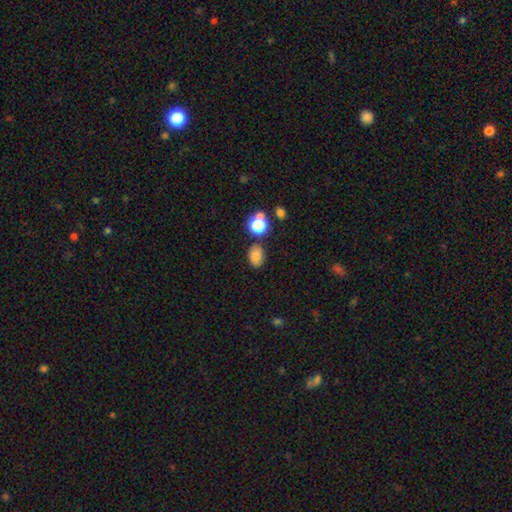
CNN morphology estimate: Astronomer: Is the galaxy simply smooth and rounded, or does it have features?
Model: smooth — 80%.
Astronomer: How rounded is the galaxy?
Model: in between — 69%.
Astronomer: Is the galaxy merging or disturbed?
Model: none — 75%.